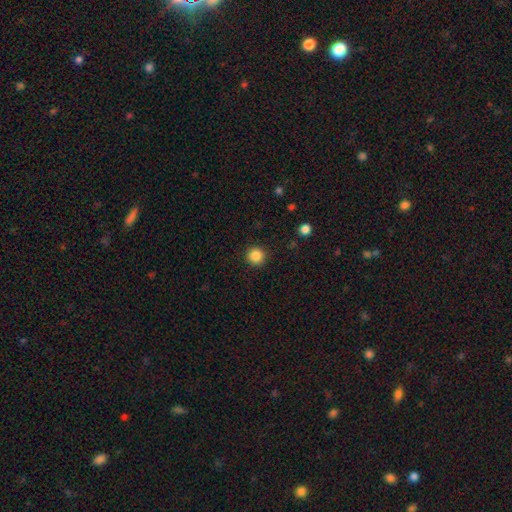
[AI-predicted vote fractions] Overall: smooth (86%). How rounded: round (95%). Merging: none (92%).